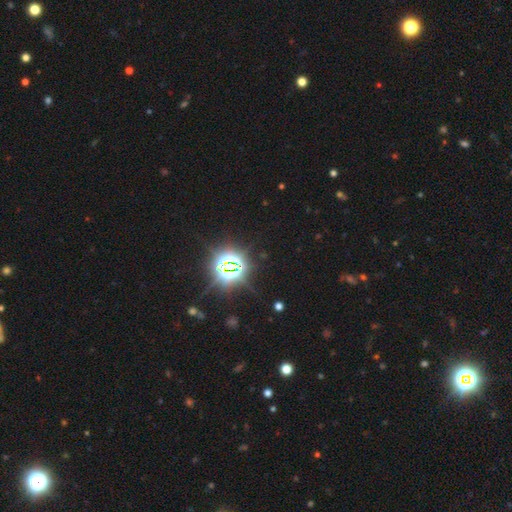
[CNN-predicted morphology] Smooth or featured? star or artifact (83%)